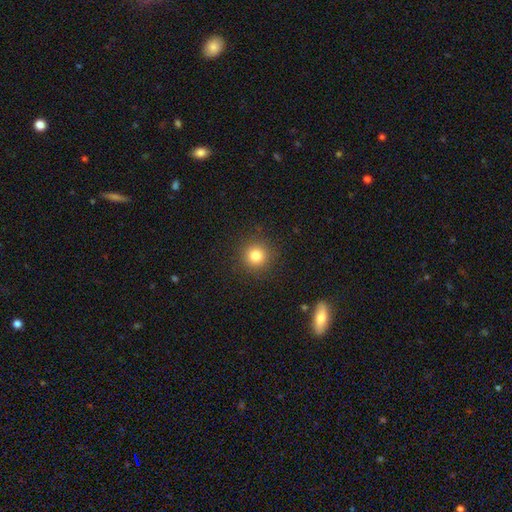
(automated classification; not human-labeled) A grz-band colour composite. It shows a smooth galaxy with no disk features (81%) that is round (95%). Merging: none (91%).